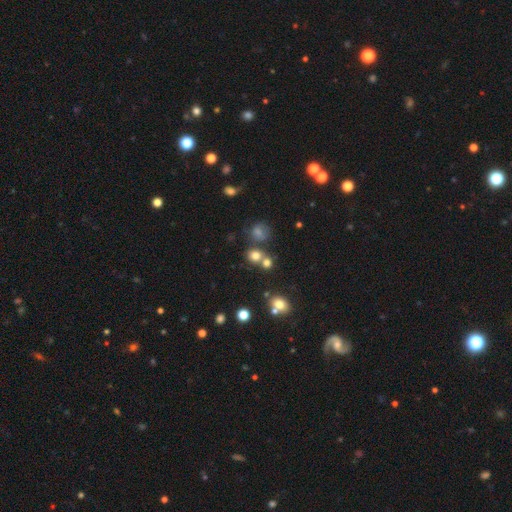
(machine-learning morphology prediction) Smooth or featured: smooth — 73% (star or artifact — 18%)
How rounded: round — 79% (in between — 20%)
Merging: none — 58% (merger — 27%)